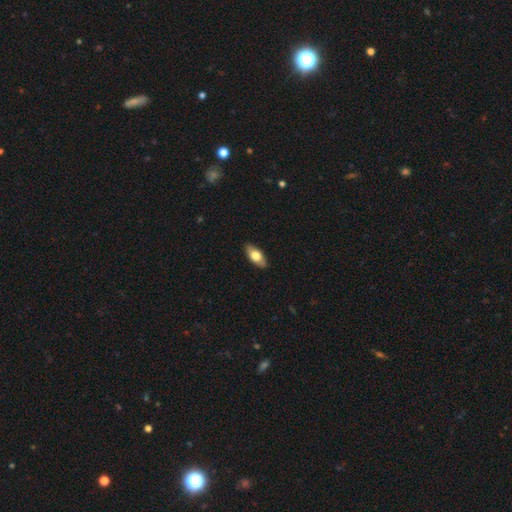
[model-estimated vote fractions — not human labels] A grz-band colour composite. It shows a smooth galaxy with no disk features (68%) that is in between round and cigar-shaped (87%). Merging: none (88%).